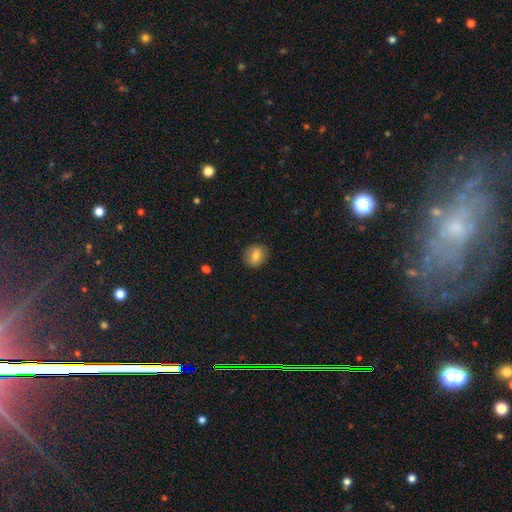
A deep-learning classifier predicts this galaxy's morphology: The model was most divided on "how rounded": round: 74%, in between: 25%, cigar-shaped: 1%. More confident: merging — none (87%); smooth or featured — smooth (78%).